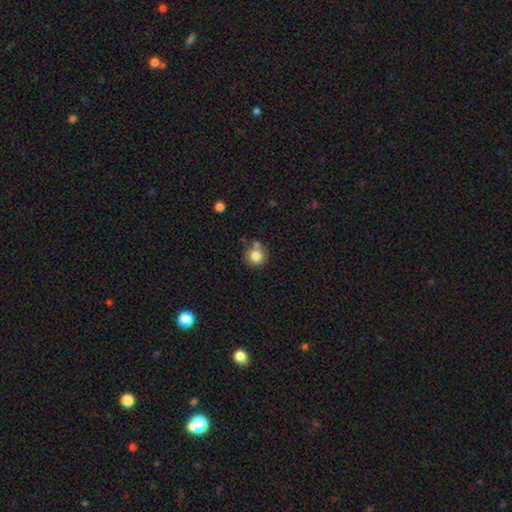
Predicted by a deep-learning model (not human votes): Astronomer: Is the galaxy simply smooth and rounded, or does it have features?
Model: smooth — 81%.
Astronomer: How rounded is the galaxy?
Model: round — 90%.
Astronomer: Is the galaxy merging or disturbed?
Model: none — 65%.